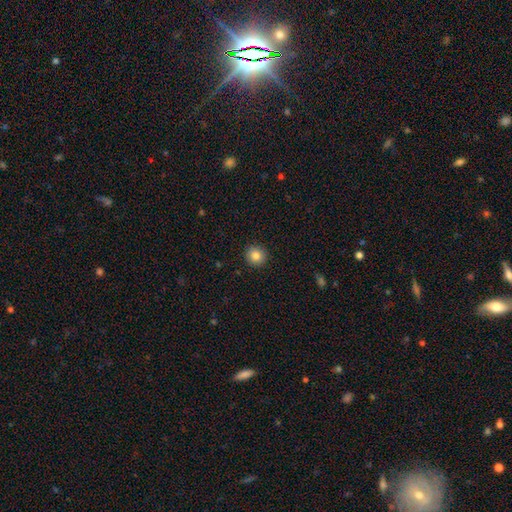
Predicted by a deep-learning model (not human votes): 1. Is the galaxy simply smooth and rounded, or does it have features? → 83% smooth, 9% star or artifact, 7% featured or disk.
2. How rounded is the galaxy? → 93% round, 6% in between, 1% cigar-shaped.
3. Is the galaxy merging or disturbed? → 92% none, 5% minor disturbance, 2% major disturbance, 1% merger.